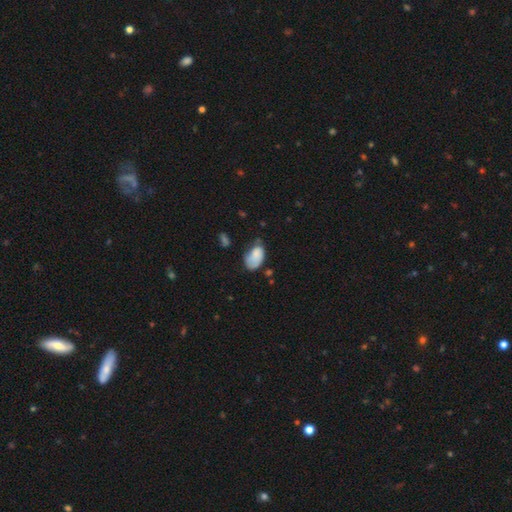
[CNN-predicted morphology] Overall: smooth (80%). How rounded: in between (92%). Merging: none (41%; minor disturbance 39%).